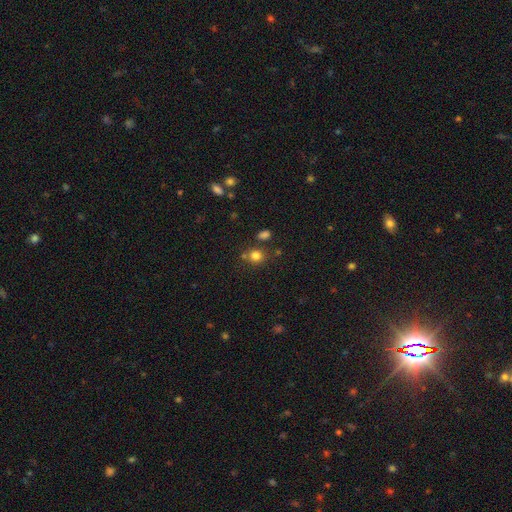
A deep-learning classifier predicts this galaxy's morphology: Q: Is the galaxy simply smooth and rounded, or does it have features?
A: smooth — 78%.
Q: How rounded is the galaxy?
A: round — 78%.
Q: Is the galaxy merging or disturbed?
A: none — 72%.